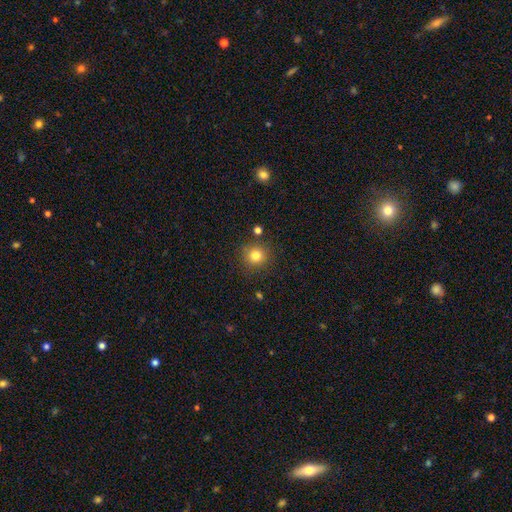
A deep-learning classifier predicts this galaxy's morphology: The model was most divided on "smooth or featured": smooth: 80%, star or artifact: 13%, featured or disk: 7%. More confident: how rounded — round (93%); merging — none (85%).